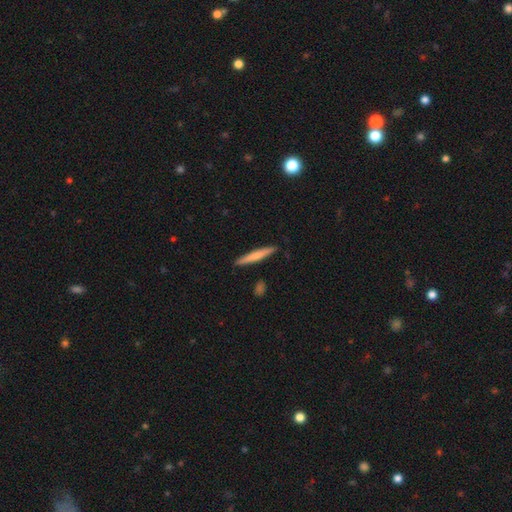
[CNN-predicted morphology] Smooth or featured?
  - smooth: 64% *
  - featured or disk: 31%
  - star or artifact: 5%
How rounded?
  - cigar-shaped: 95% *
  - in between: 4%
  - round: 1%
Merging?
  - none: 90% *
  - minor disturbance: 7%
  - merger: 2%
  - major disturbance: 1%